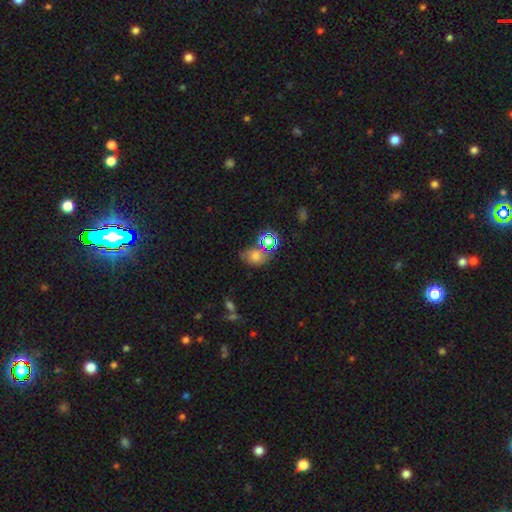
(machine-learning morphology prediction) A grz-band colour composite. It shows a smooth galaxy with no disk features (63%) that is in between round and cigar-shaped (64%). Merging: none (57%).